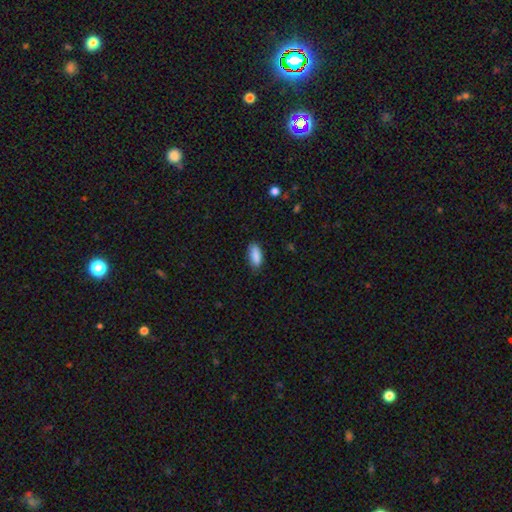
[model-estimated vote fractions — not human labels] This is clearly a smooth galaxy (89%). How rounded: clearly in between (83%). Merging: clearly none (84%).